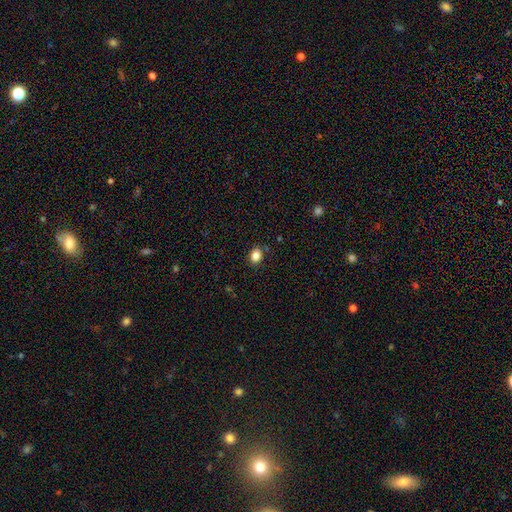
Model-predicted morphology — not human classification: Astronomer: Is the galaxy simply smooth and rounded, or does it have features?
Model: smooth — 84%.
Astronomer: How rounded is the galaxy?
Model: in between — 53% (runner-up: round, 46%).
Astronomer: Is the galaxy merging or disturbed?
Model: none — 88%.